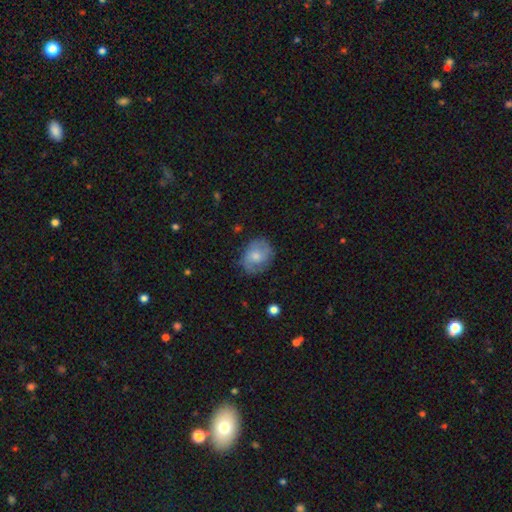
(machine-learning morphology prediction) Smooth or featured? featured or disk (47%)
Merging? none (73%)